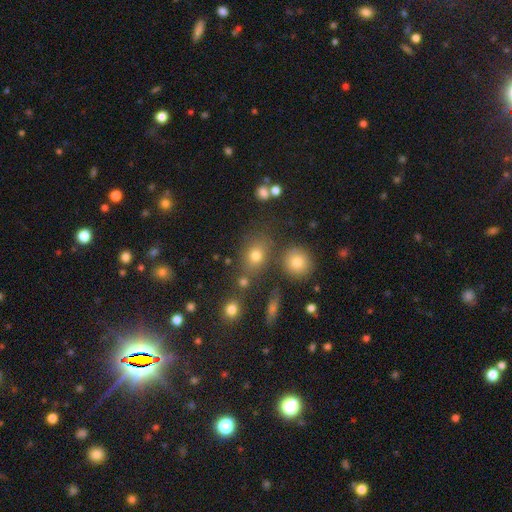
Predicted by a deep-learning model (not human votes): Morphology: type=smooth (73%); roundness=in between (52%); merging=none (68%).